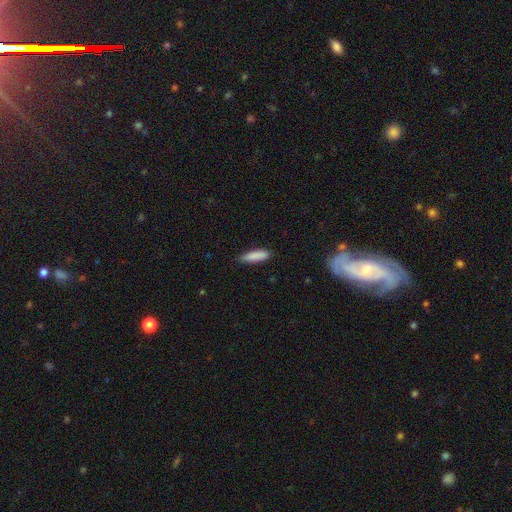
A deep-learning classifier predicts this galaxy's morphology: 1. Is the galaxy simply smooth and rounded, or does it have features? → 87% smooth, 7% featured or disk, 6% star or artifact.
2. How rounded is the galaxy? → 68% cigar-shaped, 31% in between, 1% round.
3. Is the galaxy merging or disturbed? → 85% none, 12% minor disturbance, 2% major disturbance, 1% merger.